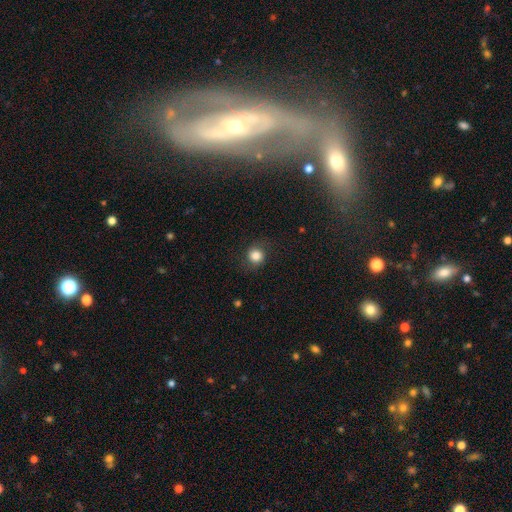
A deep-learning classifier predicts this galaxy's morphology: The model was most divided on "merging": none: 78%, minor disturbance: 14%, major disturbance: 6%, merger: 1%. More confident: how rounded — round (85%); smooth or featured — smooth (82%).